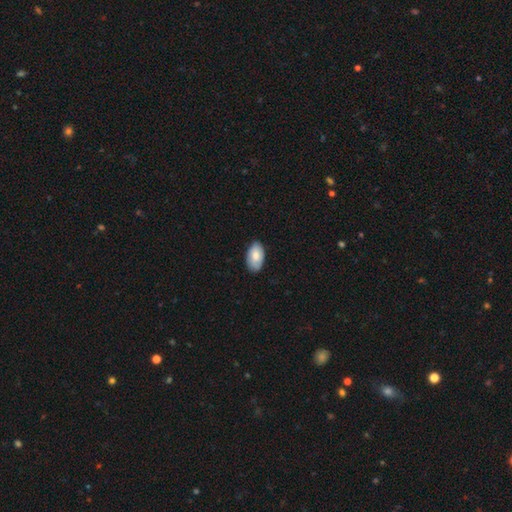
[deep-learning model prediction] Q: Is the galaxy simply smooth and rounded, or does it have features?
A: smooth — 79%.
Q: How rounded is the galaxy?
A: in between — 95%.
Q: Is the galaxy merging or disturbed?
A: none — 84%.